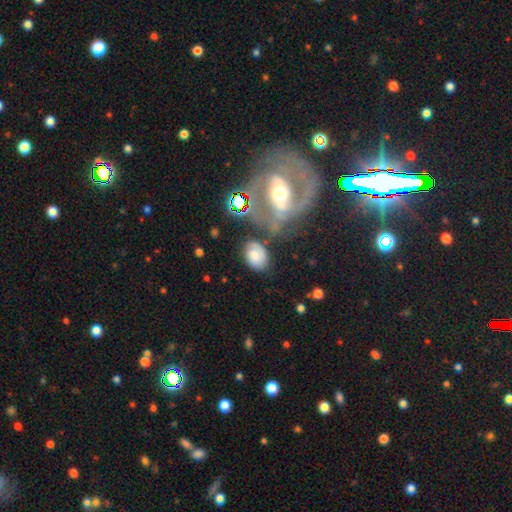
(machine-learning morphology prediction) Smooth or featured? smooth (55%)
How rounded? in between (76%)
Merging? none (60%)